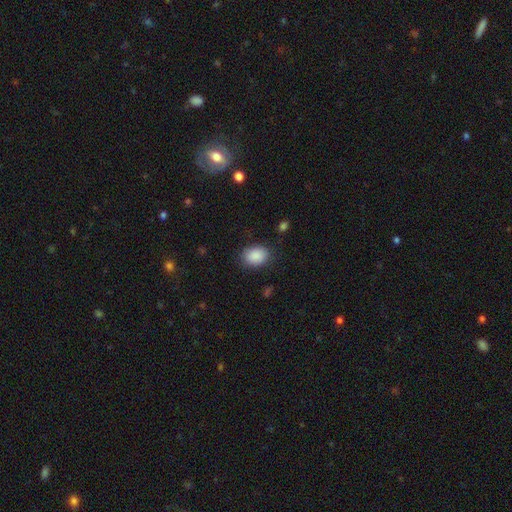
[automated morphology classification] Smooth or featured?
  - smooth: 89% *
  - star or artifact: 7%
  - featured or disk: 4%
How rounded?
  - in between: 72% *
  - round: 27%
  - cigar-shaped: 1%
Merging?
  - none: 81% *
  - minor disturbance: 13%
  - major disturbance: 4%
  - merger: 1%